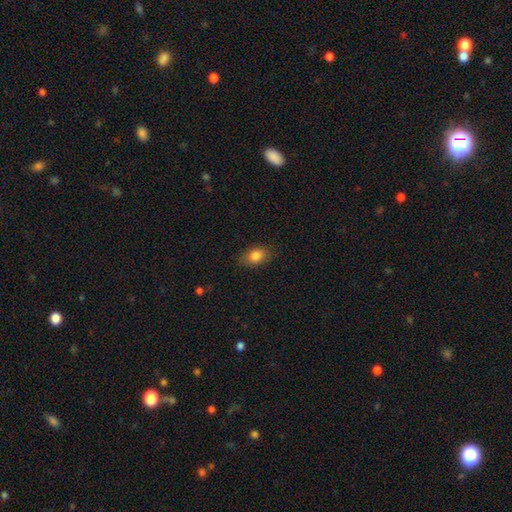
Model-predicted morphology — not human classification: Smooth or featured? smooth (83%)
How rounded? in between (79%)
Merging? none (83%)